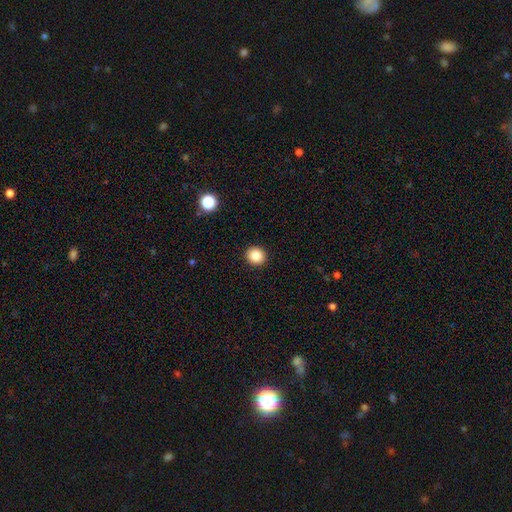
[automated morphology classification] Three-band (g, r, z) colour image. It shows a smooth galaxy with no disk features (84%) that is round (88%). Merging: none (93%).